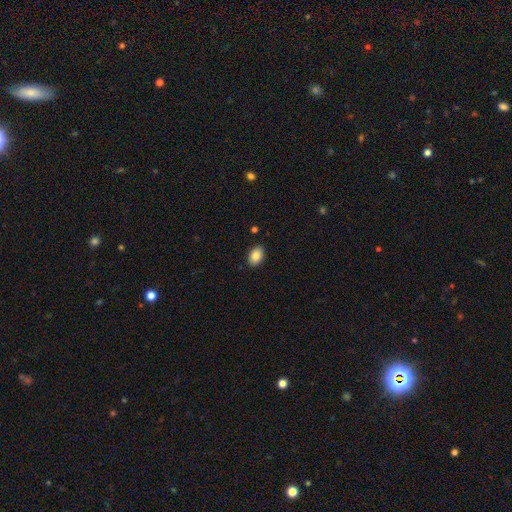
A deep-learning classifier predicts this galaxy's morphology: Smooth or featured: smooth — 87% (star or artifact — 8%)
How rounded: in between — 87% (round — 12%)
Merging: none — 89% (minor disturbance — 8%)